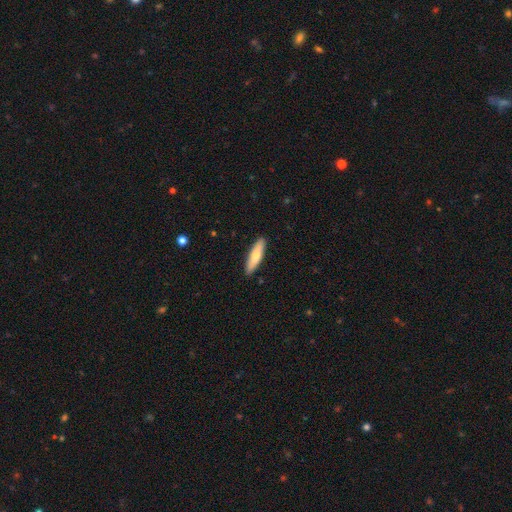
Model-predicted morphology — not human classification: smooth_or_featured: smooth (p=0.74) [alt: featured or disk p=0.20]
how_rounded: cigar-shaped (p=0.71) [alt: in between p=0.27]
merging: none (p=0.89) [alt: minor disturbance p=0.08]